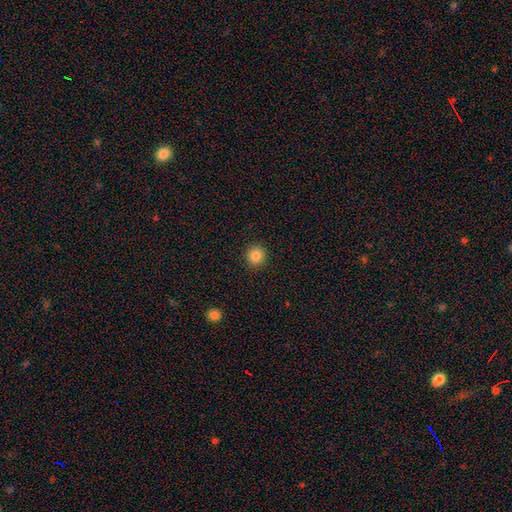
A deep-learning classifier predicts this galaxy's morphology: type=smooth (85%); roundness=round (94%); merging=none (93%).